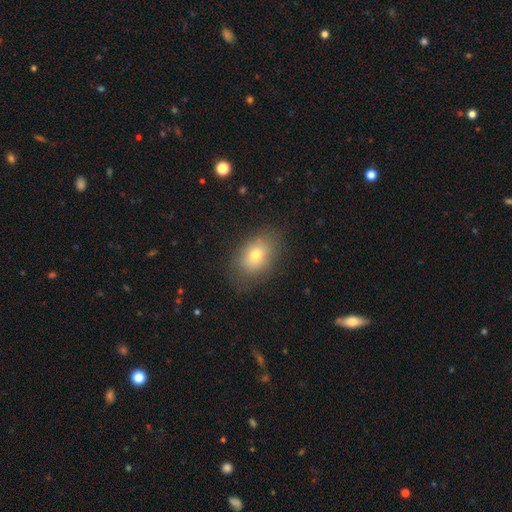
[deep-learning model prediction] This is likely a smooth galaxy (73%). How rounded: likely in between (73%). Merging: likely none (77%).